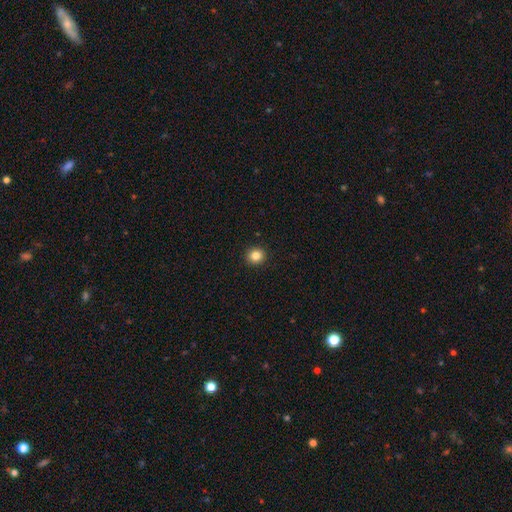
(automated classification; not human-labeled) smooth-or-featured: smooth: 84% | star or artifact: 11% | featured or disk: 5%
  how-rounded: round: 91% | in between: 8% | cigar-shaped: 1%
  merging: none: 93% | minor disturbance: 5% | major disturbance: 2% | merger: 1%